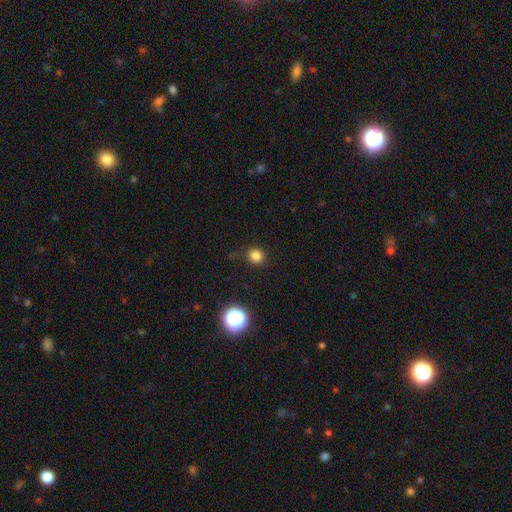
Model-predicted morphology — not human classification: A smooth galaxy with no disk features (81%) that is round (88%).

Vote fractions:
- Smooth or featured? smooth: 81% / star or artifact: 15% / featured or disk: 4%
- How rounded? round: 88% / in between: 11% / cigar-shaped: 1%
- Merging? none: 85% / minor disturbance: 10% / major disturbance: 3% / merger: 2%